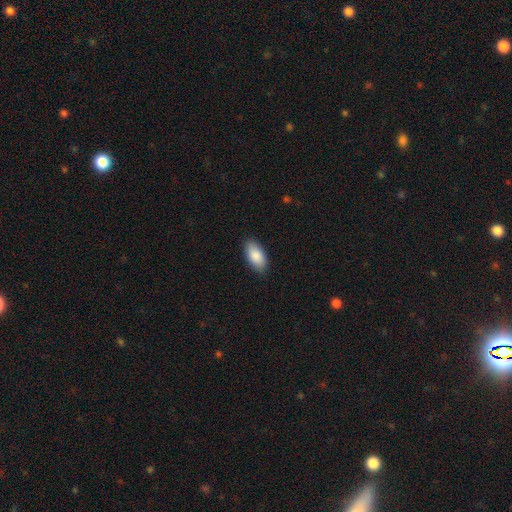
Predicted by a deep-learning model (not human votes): Smooth or featured? Predicted: smooth (p=0.88). How rounded? Predicted: in between (p=0.93). Merging? Predicted: none (p=0.87).